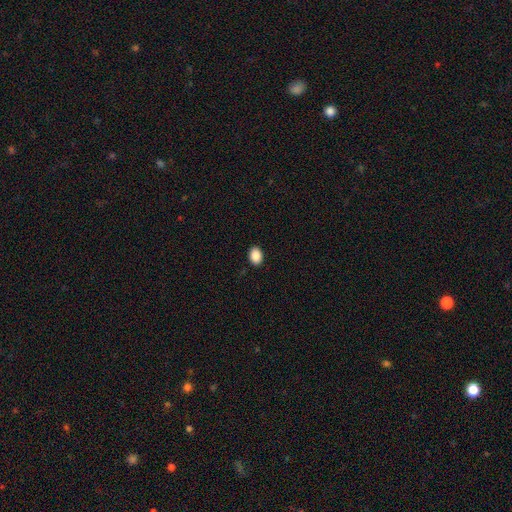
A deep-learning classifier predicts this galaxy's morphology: A smooth galaxy with no disk features (89%) that is in between round and cigar-shaped (76%). Merging: none (90%).